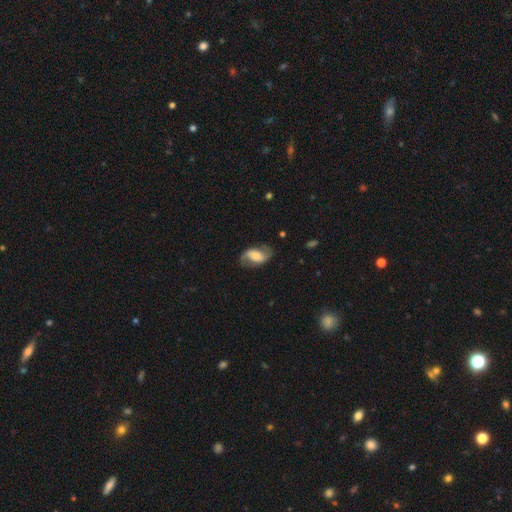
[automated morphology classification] Smooth or featured?
  - featured or disk: 69% *
  - smooth: 24%
  - star or artifact: 7%
Edge-on disk?
  - no: 95% *
  - yes: 5%
Bar?
  - weak: 41% *
  - no: 31%
  - strong: 28%
Spiral arms?
  - yes: 90% *
  - no: 10%
Spiral winding?
  - loose: 58% *
  - medium: 31%
  - tight: 11%
Spiral arm count?
  - 2: 90% *
  - can't tell: 4%
  - 1: 3%
  - 3: 1%
  - 4: 1%
  - more than 4: 1%
Bulge size?
  - moderate: 47% *
  - small: 31%
  - large: 14%
  - none: 5%
  - dominant: 3%
Merging?
  - none: 74% *
  - minor disturbance: 17%
  - major disturbance: 7%
  - merger: 1%